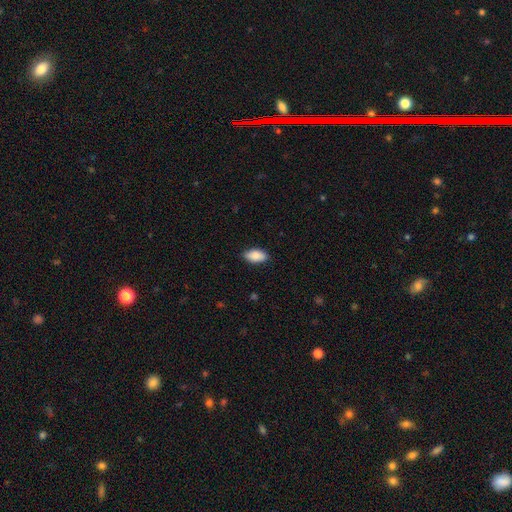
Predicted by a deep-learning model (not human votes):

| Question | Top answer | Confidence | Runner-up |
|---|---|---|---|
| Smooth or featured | smooth | 89% | star or artifact (6%) |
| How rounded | in between | 94% | cigar-shaped (3%) |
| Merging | none | 87% | minor disturbance (10%) |